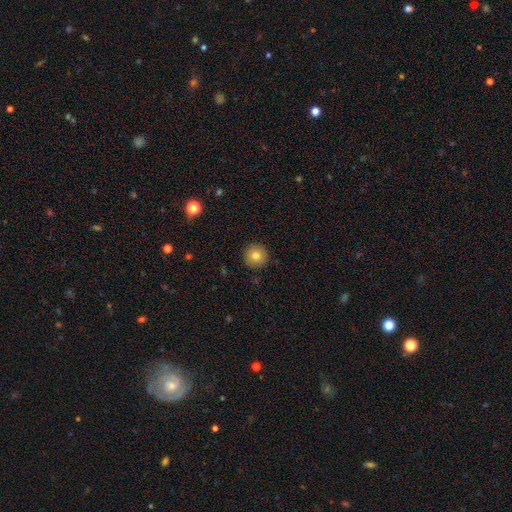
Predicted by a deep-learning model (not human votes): Q: Smooth or featured?
A: smooth (81%); runner-up: star or artifact (10%)
Q: How rounded?
A: round (96%); runner-up: in between (3%)
Q: Merging?
A: none (92%); runner-up: minor disturbance (6%)